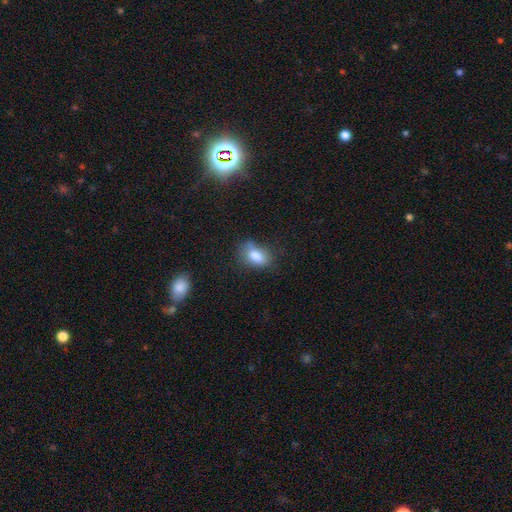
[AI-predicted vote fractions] A smooth galaxy with no disk features (81%) that is in between round and cigar-shaped (84%).

Vote fractions:
- Smooth or featured? smooth: 81% / featured or disk: 10% / star or artifact: 9%
- How rounded? in between: 84% / round: 14% / cigar-shaped: 2%
- Merging? none: 57% / minor disturbance: 28% / major disturbance: 10% / merger: 5%